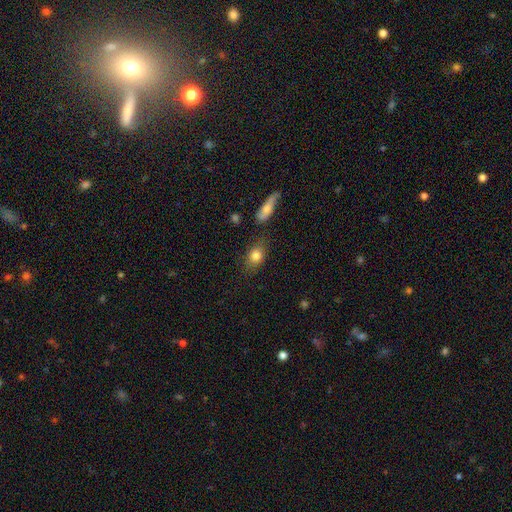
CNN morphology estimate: Q: Smooth or featured?
A: smooth (82%); runner-up: featured or disk (10%)
Q: How rounded?
A: in between (64%); runner-up: round (32%)
Q: Merging?
A: none (74%); runner-up: minor disturbance (15%)